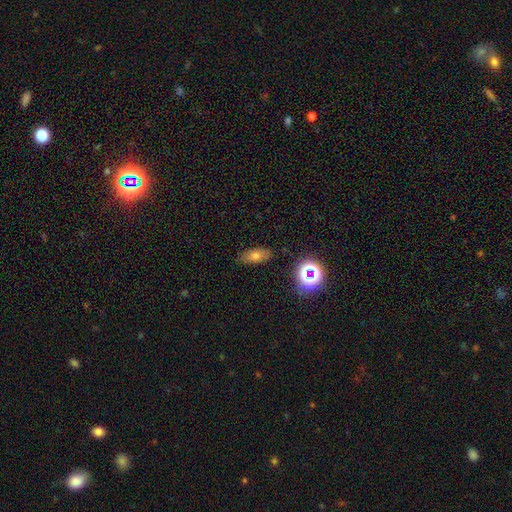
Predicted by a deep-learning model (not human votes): Smooth or featured: smooth — 66% (featured or disk — 18%)
How rounded: in between — 81% (cigar-shaped — 11%)
Merging: none — 83% (minor disturbance — 12%)